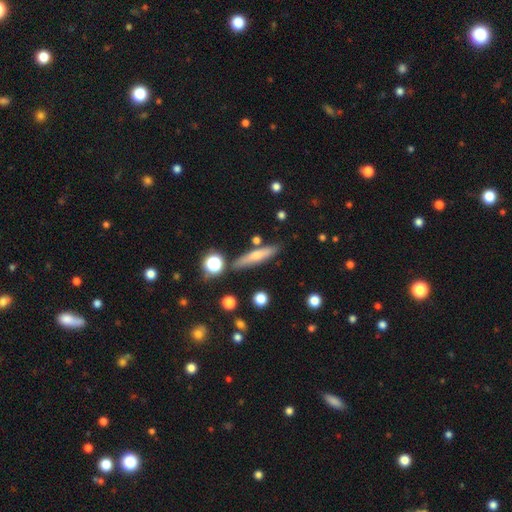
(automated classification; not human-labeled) smooth_or_featured: smooth (p=0.50) [alt: featured or disk p=0.41]
merging: none (p=0.82) [alt: minor disturbance p=0.11]